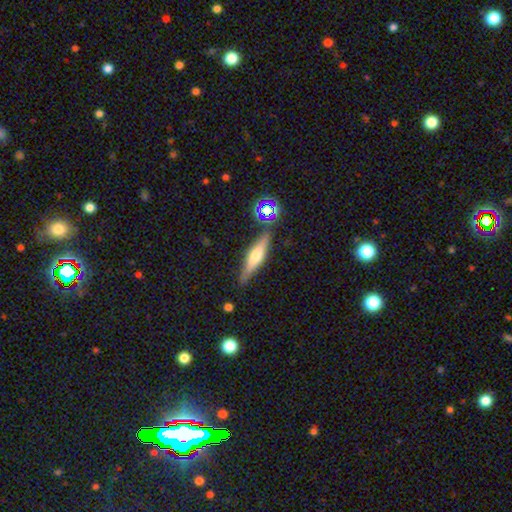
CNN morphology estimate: Smooth or featured? featured or disk (46%)
Merging? none (79%)